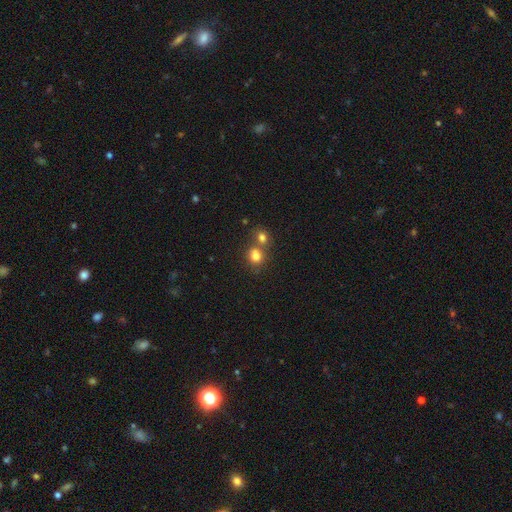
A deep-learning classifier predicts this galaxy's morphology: Smooth or featured? smooth (79%)
How rounded? round (72%)
Merging? merger (46%)